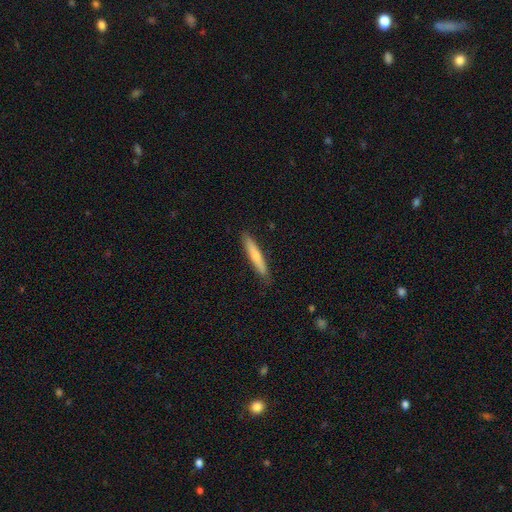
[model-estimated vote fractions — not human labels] smooth-or-featured: smooth: 65% | featured or disk: 30% | star or artifact: 5%
  how-rounded: cigar-shaped: 93% | in between: 6% | round: 1%
  merging: none: 88% | minor disturbance: 10% | major disturbance: 2% | merger: 1%